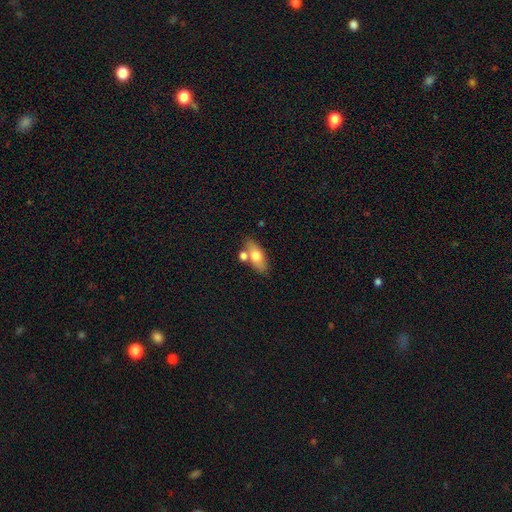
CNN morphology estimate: Smooth or featured?
  - smooth: 68% *
  - featured or disk: 25%
  - star or artifact: 7%
How rounded?
  - in between: 76% *
  - cigar-shaped: 18%
  - round: 6%
Merging?
  - none: 65% *
  - merger: 19%
  - minor disturbance: 12%
  - major disturbance: 4%